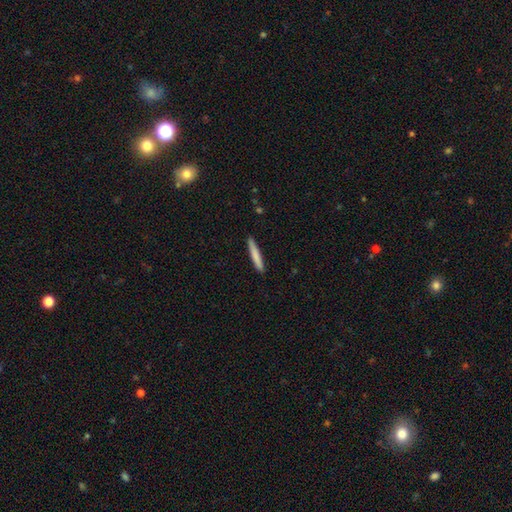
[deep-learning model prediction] A smooth galaxy with no disk features (79%) that is cigar-shaped (95%). Merging: none (90%).